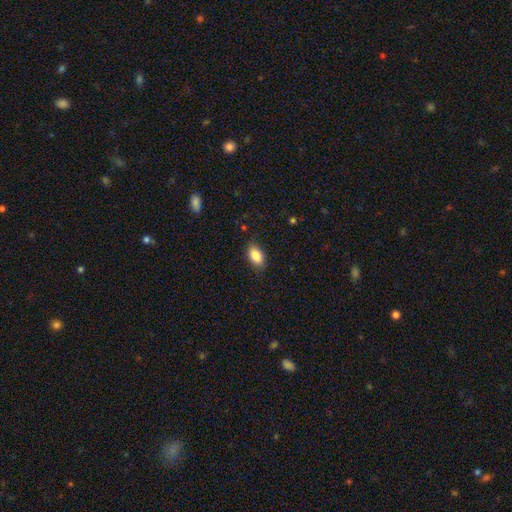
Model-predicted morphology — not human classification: Q: Smooth or featured?
A: smooth (86%); runner-up: star or artifact (8%)
Q: How rounded?
A: in between (89%); runner-up: round (9%)
Q: Merging?
A: none (84%); runner-up: minor disturbance (13%)